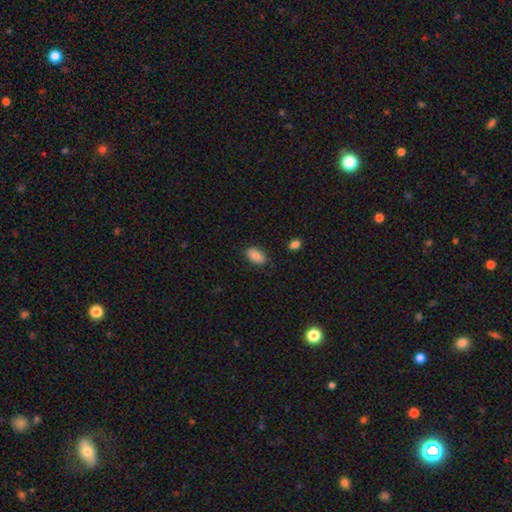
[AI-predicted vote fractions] Smooth or featured? smooth (83%)
How rounded? in between (91%)
Merging? none (80%)